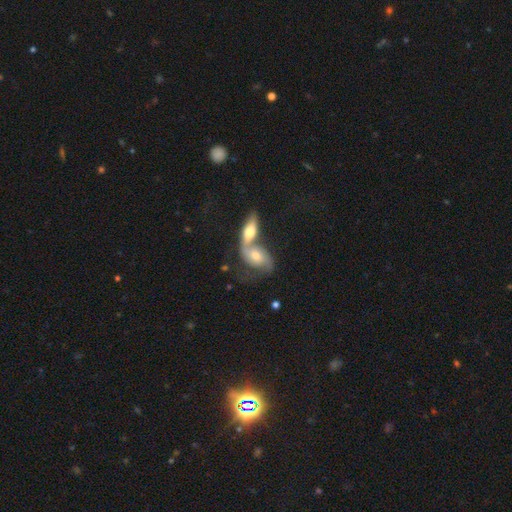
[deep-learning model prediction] This is possibly a featured or disk galaxy (58%). It is clearly not viewed edge-on (90%). Bar: likely no (67%). Spiral arm pattern: clearly yes (81%). Central bulge: likely moderate (62%). Merging: likely merger (72%).